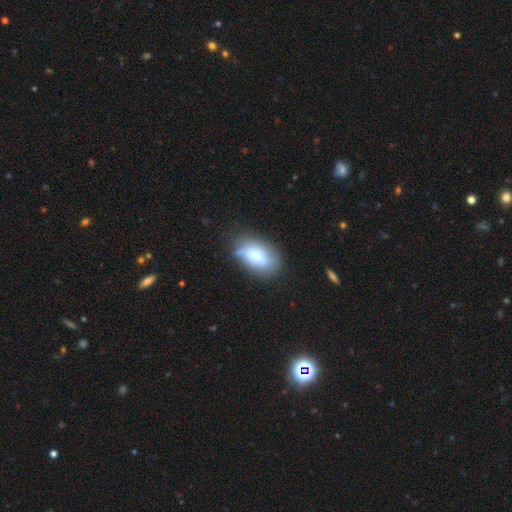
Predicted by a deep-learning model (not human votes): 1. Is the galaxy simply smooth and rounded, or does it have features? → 68% smooth, 24% featured or disk, 8% star or artifact.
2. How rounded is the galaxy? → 87% in between, 9% round, 4% cigar-shaped.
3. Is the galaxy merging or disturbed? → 63% none, 24% minor disturbance, 7% major disturbance, 5% merger.